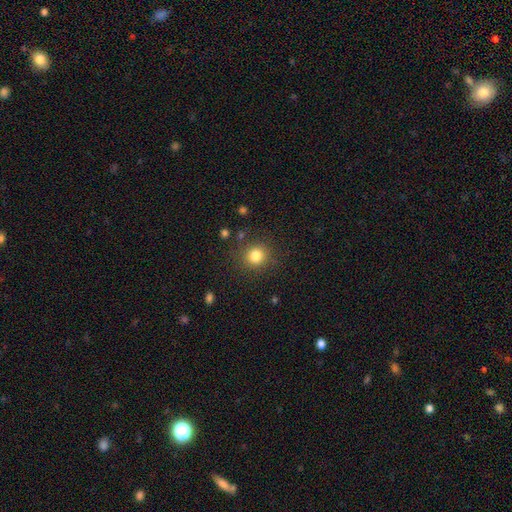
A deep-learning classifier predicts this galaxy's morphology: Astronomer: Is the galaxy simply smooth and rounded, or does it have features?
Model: smooth — 82%.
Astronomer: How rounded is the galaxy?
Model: round — 89%.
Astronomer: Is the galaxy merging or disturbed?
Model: none — 86%.